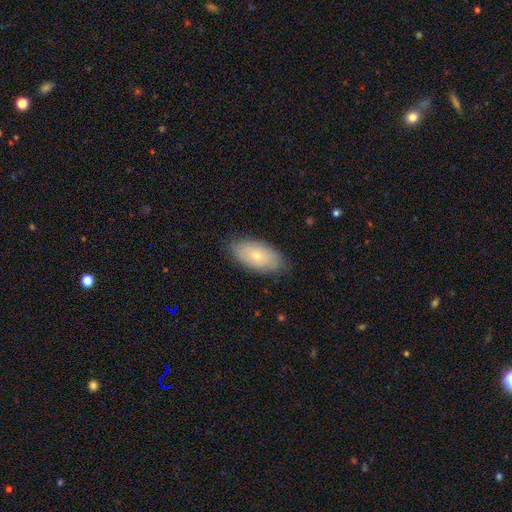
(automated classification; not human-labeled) This appears to be a smooth galaxy with no disk features (68%) that is in between round and cigar-shaped (93%). Merging: none (83%).